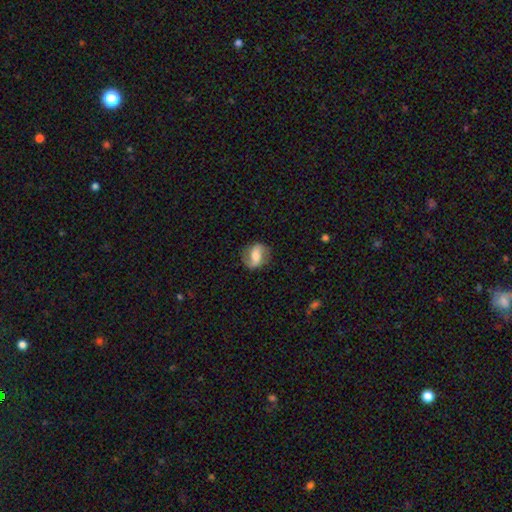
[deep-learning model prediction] Smooth or featured? Predicted: featured or disk (p=0.66). Edge-on disk? Predicted: no (p=0.96). Bar? Predicted: weak (p=0.40). Spiral arms? Predicted: yes (p=0.90). Spiral winding? Predicted: loose (p=0.45). Spiral arm count? Predicted: 2 (p=0.88). Bulge size? Predicted: moderate (p=0.52). Merging? Predicted: none (p=0.78).